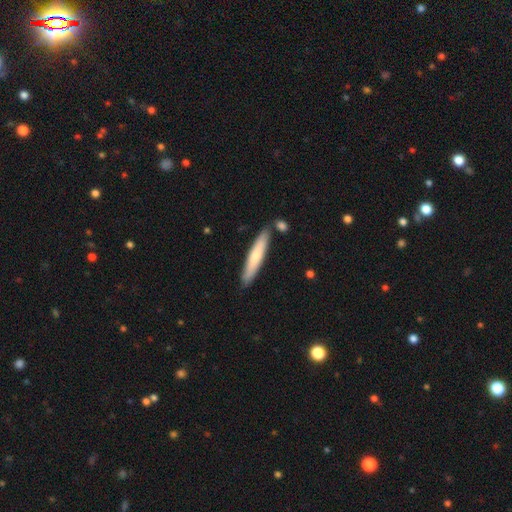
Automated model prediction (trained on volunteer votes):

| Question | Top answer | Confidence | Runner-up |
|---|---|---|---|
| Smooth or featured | smooth | 66% | featured or disk (29%) |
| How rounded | cigar-shaped | 91% | in between (8%) |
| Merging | none | 83% | minor disturbance (10%) |